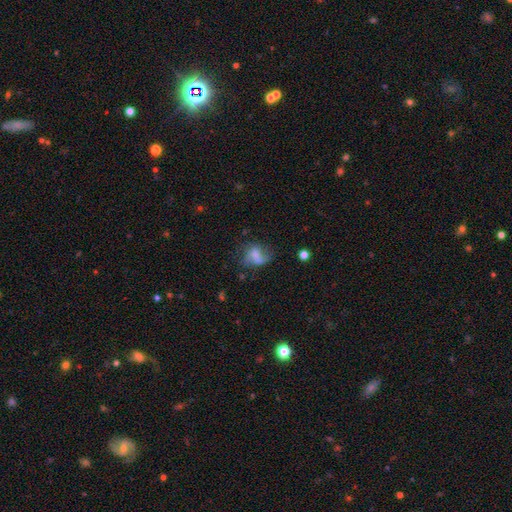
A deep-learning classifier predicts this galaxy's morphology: type=smooth (46%); merging=none (36%).